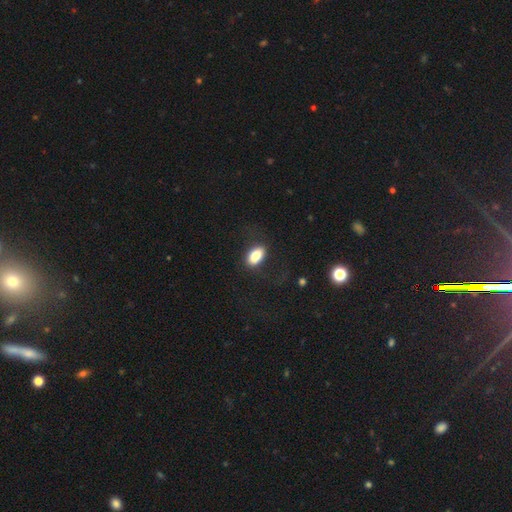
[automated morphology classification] This appears to be a smooth galaxy with no disk features (81%) that is in between round and cigar-shaped (91%). Merging: none (77%).